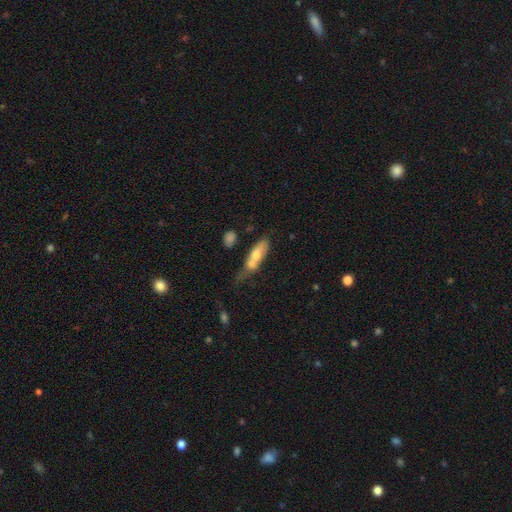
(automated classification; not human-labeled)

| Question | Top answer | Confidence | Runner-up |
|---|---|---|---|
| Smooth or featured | smooth | 61% | featured or disk (32%) |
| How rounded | in between | 51% | cigar-shaped (45%) |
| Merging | merger | 42% | none (28%) |